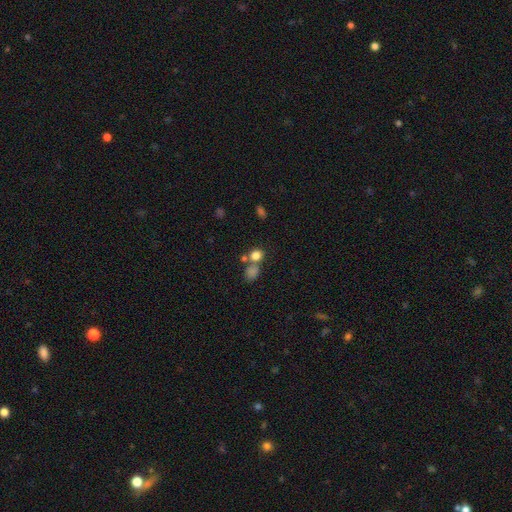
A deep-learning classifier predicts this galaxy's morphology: Smooth or featured? smooth (79%)
How rounded? round (74%)
Merging? none (51%)